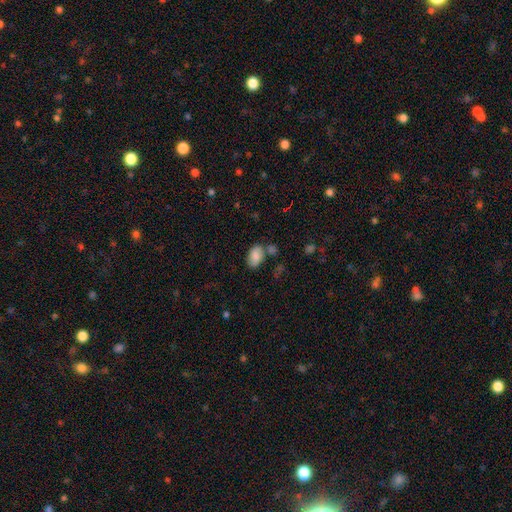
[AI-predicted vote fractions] The model was most divided on "merging": none: 59%, minor disturbance: 19%, merger: 15%, major disturbance: 6%. More confident: how rounded — in between (88%); smooth or featured — smooth (80%).